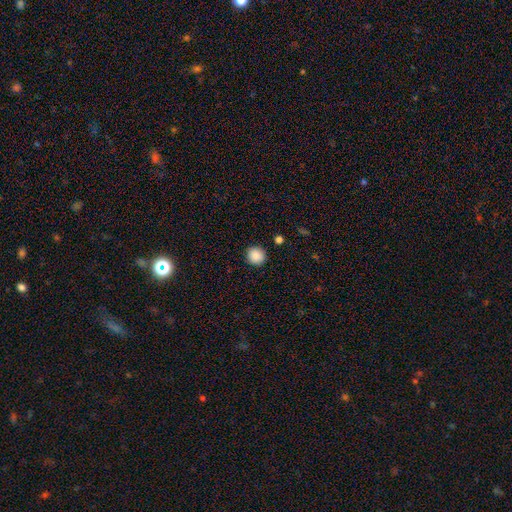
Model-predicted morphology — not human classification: type=smooth (88%); roundness=round (93%); merging=none (92%).